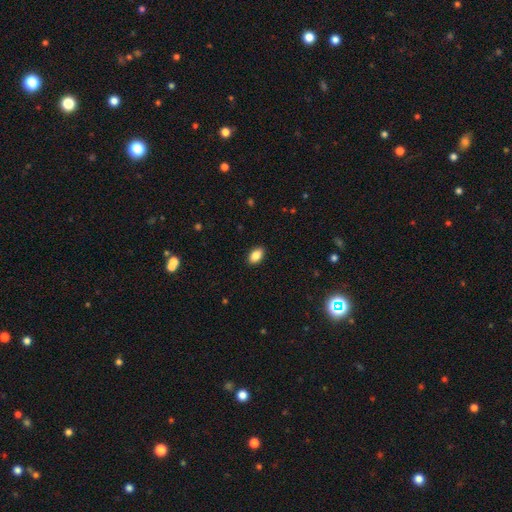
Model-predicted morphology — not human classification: type=smooth (87%); roundness=in between (91%); merging=none (90%).